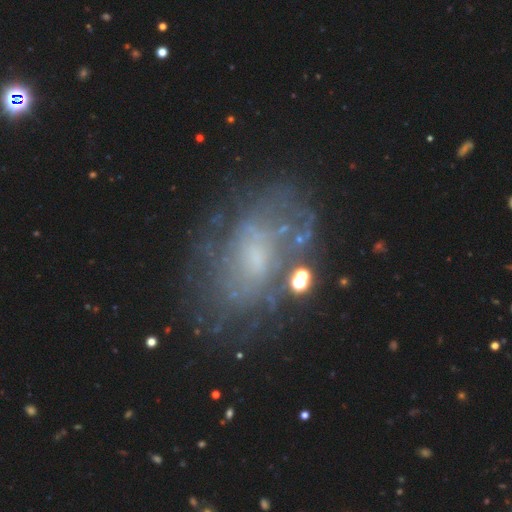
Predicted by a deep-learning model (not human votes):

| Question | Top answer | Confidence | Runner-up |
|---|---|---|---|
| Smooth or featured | featured or disk | 66% | smooth (20%) |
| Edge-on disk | no | 96% | yes (4%) |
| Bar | no | 64% | weak (30%) |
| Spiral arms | yes | 62% | no (38%) |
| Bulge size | small | 50% | moderate (25%) |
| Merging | none | 64% | minor disturbance (18%) |